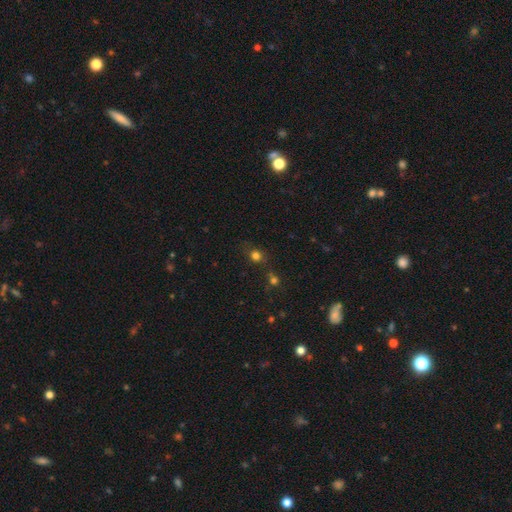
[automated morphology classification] smooth 70%, star or artifact 22%, featured or disk 8%. Down the decision tree: how rounded — round (75%); merging — none (69%).